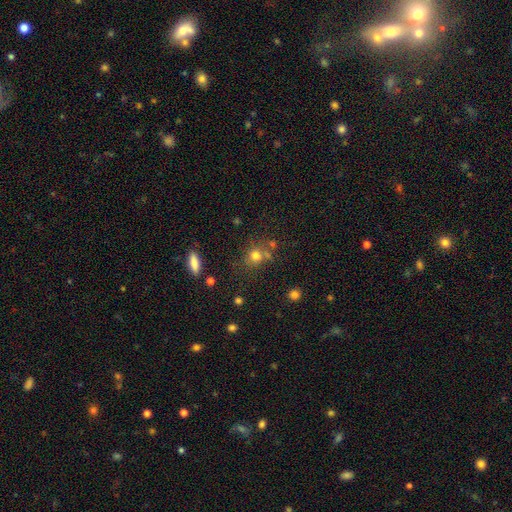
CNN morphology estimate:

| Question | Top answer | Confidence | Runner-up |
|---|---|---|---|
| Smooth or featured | smooth | 74% | star or artifact (16%) |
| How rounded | round | 79% | in between (20%) |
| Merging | none | 64% | merger (16%) |